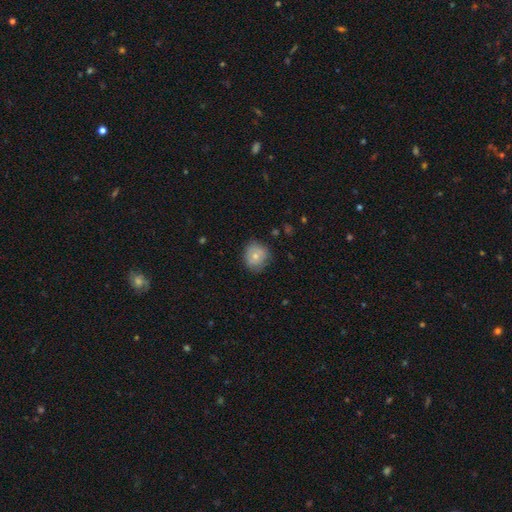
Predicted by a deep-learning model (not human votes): Smooth or featured: smooth — 73% (featured or disk — 18%)
How rounded: round — 81% (in between — 18%)
Merging: none — 76% (minor disturbance — 18%)